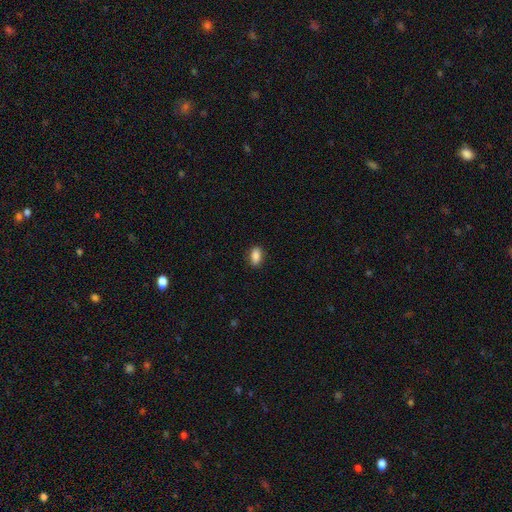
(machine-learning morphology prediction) Q: Smooth or featured?
A: smooth (87%); runner-up: star or artifact (8%)
Q: How rounded?
A: in between (88%); runner-up: round (7%)
Q: Merging?
A: none (86%); runner-up: minor disturbance (11%)